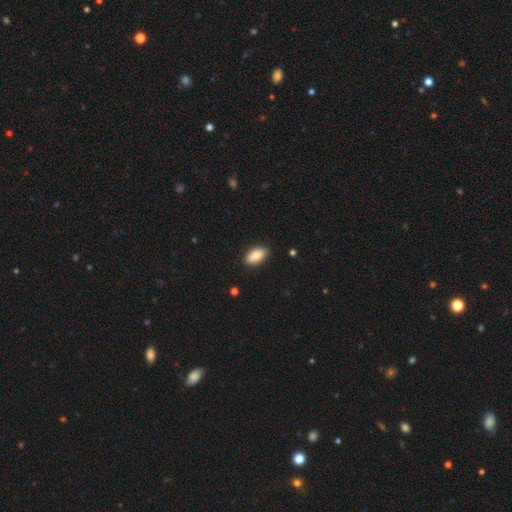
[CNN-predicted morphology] Smooth or featured? smooth (86%)
How rounded? in between (91%)
Merging? none (88%)